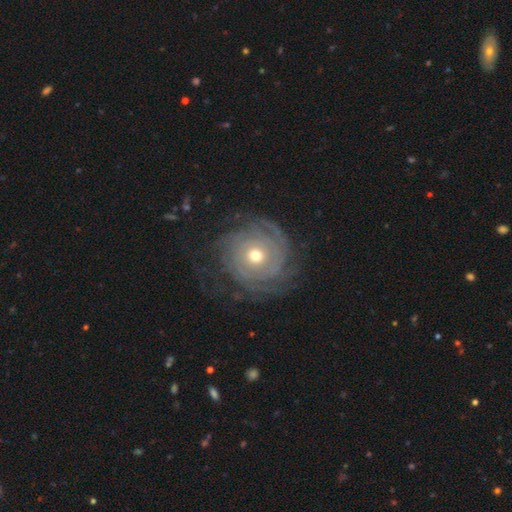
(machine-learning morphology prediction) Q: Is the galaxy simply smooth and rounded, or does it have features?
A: featured or disk — 83%.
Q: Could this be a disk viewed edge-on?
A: no — 97%.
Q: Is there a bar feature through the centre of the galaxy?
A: no — 83%.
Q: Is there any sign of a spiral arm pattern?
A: yes — 93%.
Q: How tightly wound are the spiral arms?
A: tight — 79%.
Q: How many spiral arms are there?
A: can't tell — 36%.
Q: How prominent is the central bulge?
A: moderate — 56%.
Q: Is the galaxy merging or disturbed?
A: none — 74%.